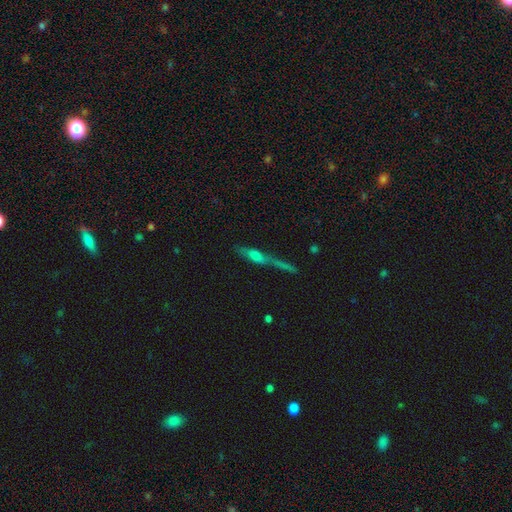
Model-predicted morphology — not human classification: Smooth or featured?
  - smooth: 47% *
  - featured or disk: 40%
  - star or artifact: 13%
Merging?
  - none: 44% *
  - merger: 33%
  - minor disturbance: 14%
  - major disturbance: 9%